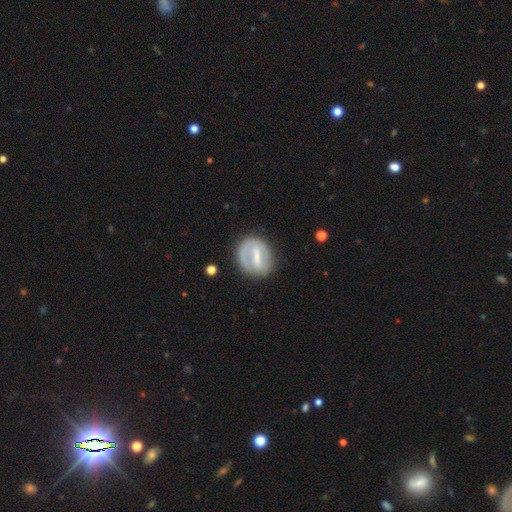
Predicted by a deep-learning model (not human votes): featured or disk 61%, smooth 32%, star or artifact 7%. Down the decision tree: edge-on disk — no (93%); bar — strong (67%); spiral arms — no (62%); bulge size — moderate (31%); merging — none (71%).